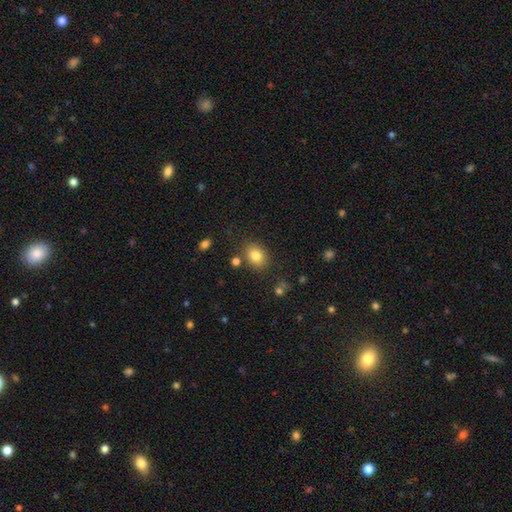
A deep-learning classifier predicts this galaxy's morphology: Smooth or featured: smooth — 81% (star or artifact — 11%)
How rounded: in between — 56% (round — 43%)
Merging: none — 82% (minor disturbance — 10%)